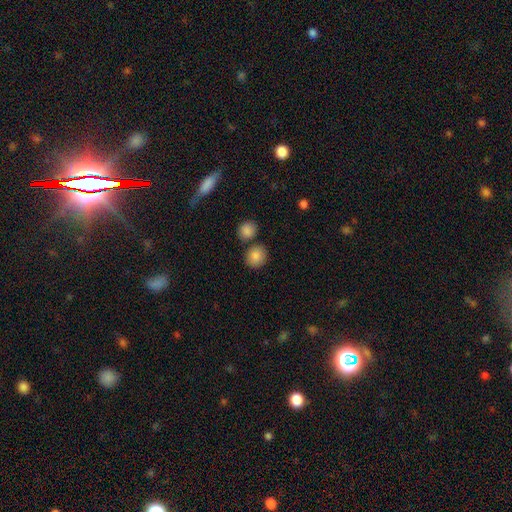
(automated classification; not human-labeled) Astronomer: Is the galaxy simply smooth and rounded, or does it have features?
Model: smooth — 86%.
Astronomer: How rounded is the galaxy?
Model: round — 78%.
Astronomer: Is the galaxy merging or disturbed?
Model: none — 74%.